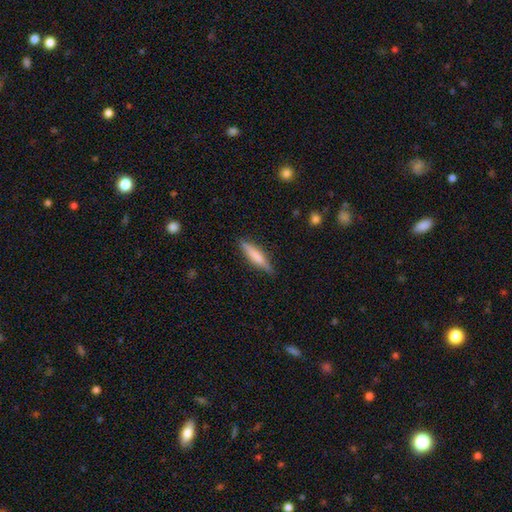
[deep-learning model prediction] Overall: smooth (67%; featured or disk 27%). How rounded: cigar-shaped (82%). Merging: none (86%).